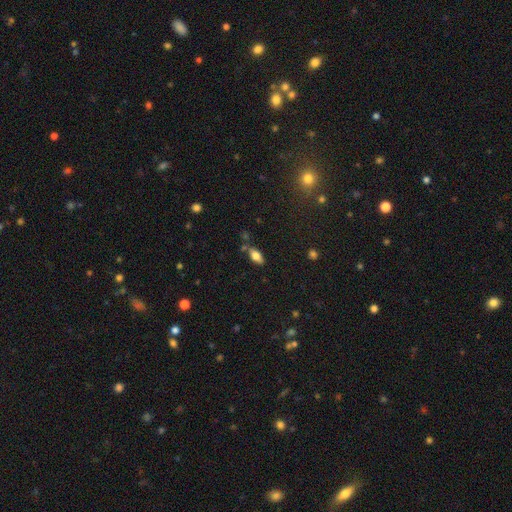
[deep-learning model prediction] Overall: smooth (76%). How rounded: in between (88%). Merging: none (70%).